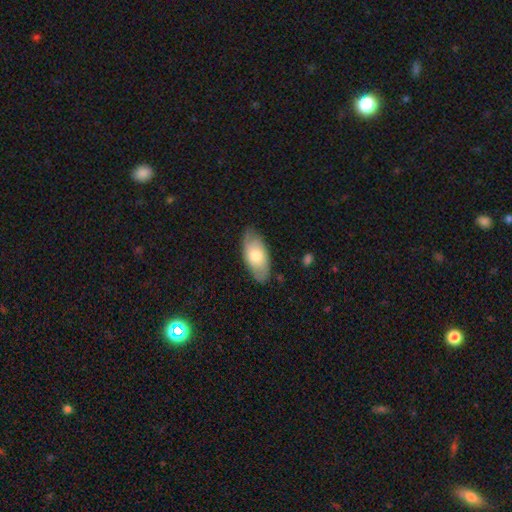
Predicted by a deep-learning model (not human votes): Smooth or featured? smooth (70%)
How rounded? in between (92%)
Merging? none (79%)